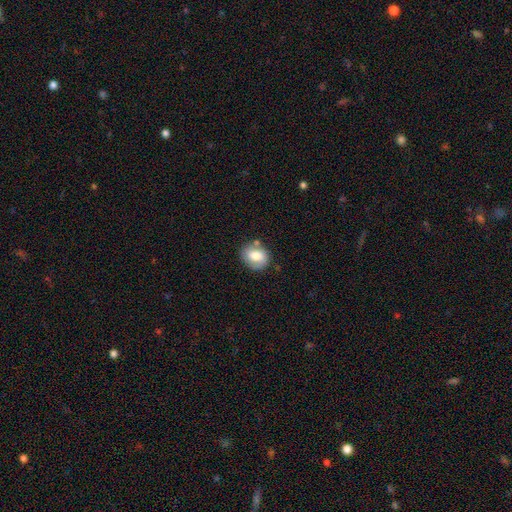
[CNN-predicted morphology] smooth 70%, featured or disk 22%, star or artifact 8%. Down the decision tree: how rounded — round (56%); merging — none (69%).